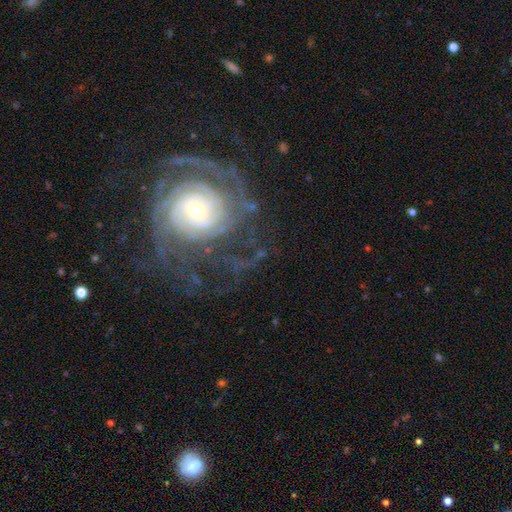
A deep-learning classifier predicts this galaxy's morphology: smooth_or_featured: featured or disk (p=0.86) [alt: star or artifact p=0.08]
disk_edge_on: no (p=0.97) [alt: yes p=0.03]
bar: no (p=0.61) [alt: weak p=0.28]
has_spiral_arms: yes (p=0.96) [alt: no p=0.04]
spiral_winding: tight (p=0.65) [alt: medium p=0.27]
spiral_arm_count: can't tell (p=0.31) [alt: 2 p=0.20]
bulge_size: small (p=0.54) [alt: moderate p=0.32]
merging: none (p=0.67) [alt: major disturbance p=0.16]